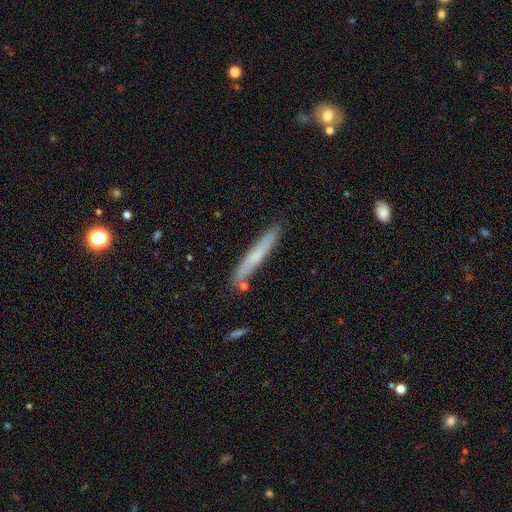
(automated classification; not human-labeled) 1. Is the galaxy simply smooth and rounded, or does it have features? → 60% smooth, 33% featured or disk, 7% star or artifact.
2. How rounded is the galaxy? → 95% cigar-shaped, 4% in between, 1% round.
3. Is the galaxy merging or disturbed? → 85% none, 10% minor disturbance, 3% merger, 2% major disturbance.